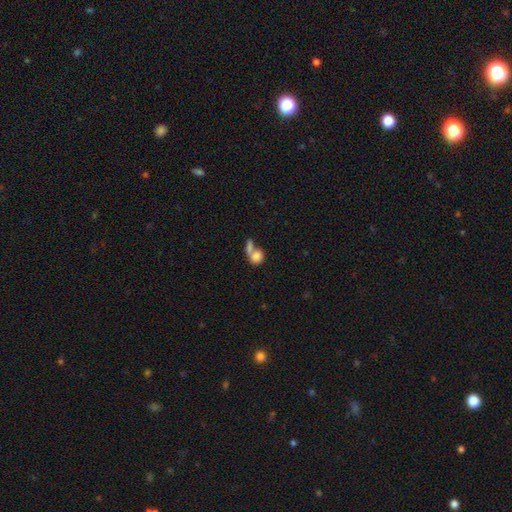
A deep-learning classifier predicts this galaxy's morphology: Smooth or featured?
  - smooth: 78% *
  - featured or disk: 14%
  - star or artifact: 8%
How rounded?
  - round: 53% *
  - in between: 43%
  - cigar-shaped: 3%
Merging?
  - merger: 59% *
  - none: 24%
  - major disturbance: 9%
  - minor disturbance: 8%